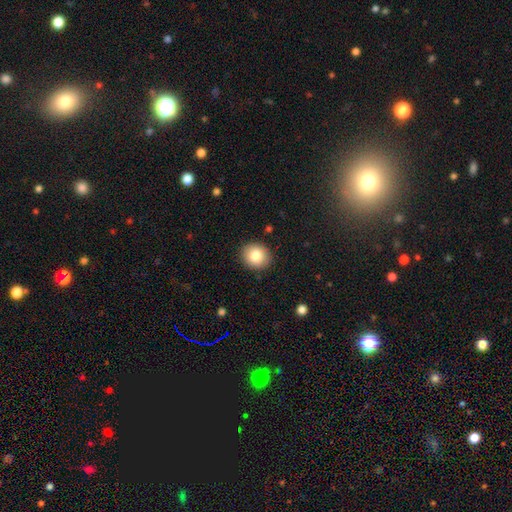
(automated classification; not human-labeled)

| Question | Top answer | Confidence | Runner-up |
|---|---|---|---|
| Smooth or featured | smooth | 83% | star or artifact (9%) |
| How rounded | round | 78% | in between (21%) |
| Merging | none | 90% | minor disturbance (7%) |